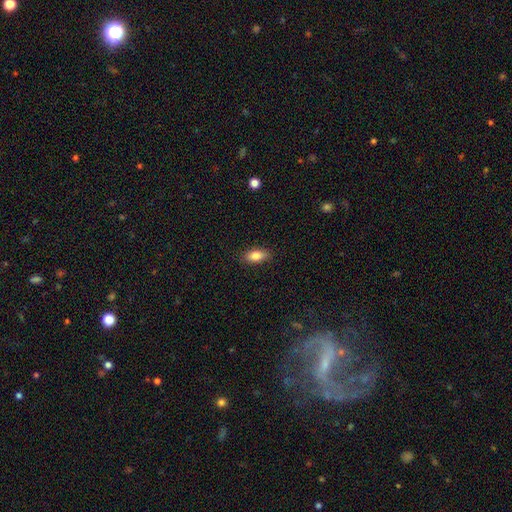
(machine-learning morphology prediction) Smooth or featured? Predicted: smooth (p=0.82). How rounded? Predicted: in between (p=0.86). Merging? Predicted: none (p=0.87).